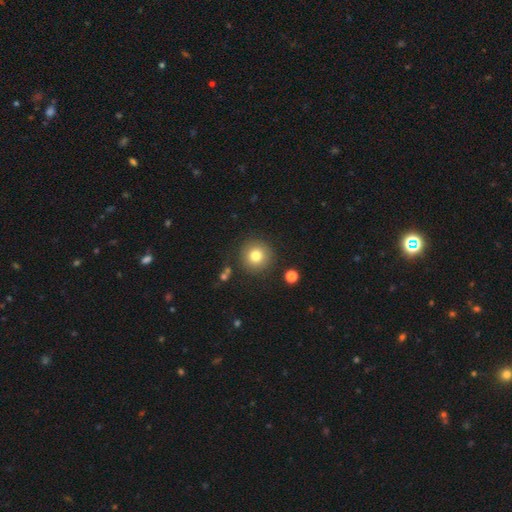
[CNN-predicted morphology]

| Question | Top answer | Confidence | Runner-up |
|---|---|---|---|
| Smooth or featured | smooth | 79% | star or artifact (11%) |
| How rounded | round | 95% | in between (4%) |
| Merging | none | 87% | minor disturbance (7%) |